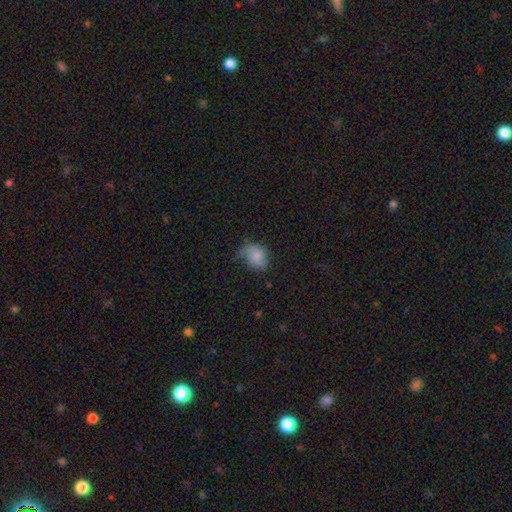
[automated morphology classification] smooth-or-featured: smooth: 78% | featured or disk: 13% | star or artifact: 9%
  how-rounded: in between: 58% | round: 41% | cigar-shaped: 1%
  merging: none: 46% | minor disturbance: 38% | major disturbance: 14% | merger: 2%